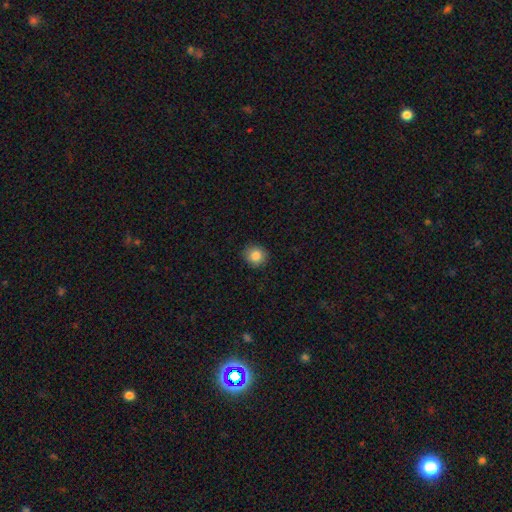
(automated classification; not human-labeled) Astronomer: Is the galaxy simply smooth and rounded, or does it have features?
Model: smooth — 86%.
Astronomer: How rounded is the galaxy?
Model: round — 86%.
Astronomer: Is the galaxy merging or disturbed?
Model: none — 90%.